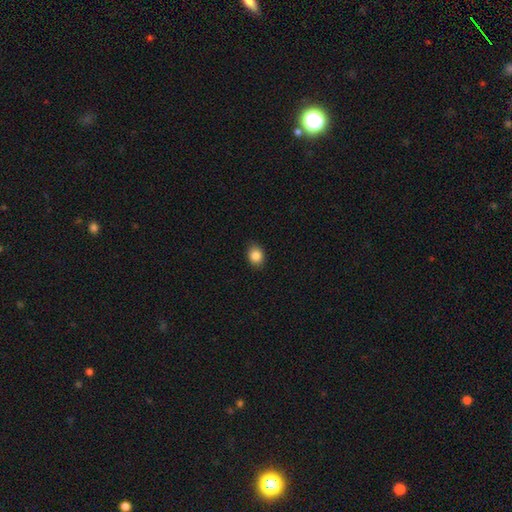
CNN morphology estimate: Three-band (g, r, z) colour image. It shows a smooth galaxy with no disk features (86%) that is in between round and cigar-shaped (54%). Merging: none (88%).